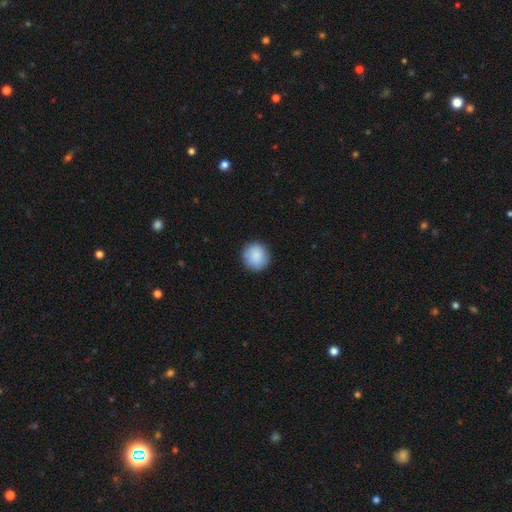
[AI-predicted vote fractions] smooth_or_featured: smooth (p=0.89) [alt: star or artifact p=0.07]
how_rounded: round (p=0.90) [alt: in between p=0.09]
merging: none (p=0.89) [alt: minor disturbance p=0.08]